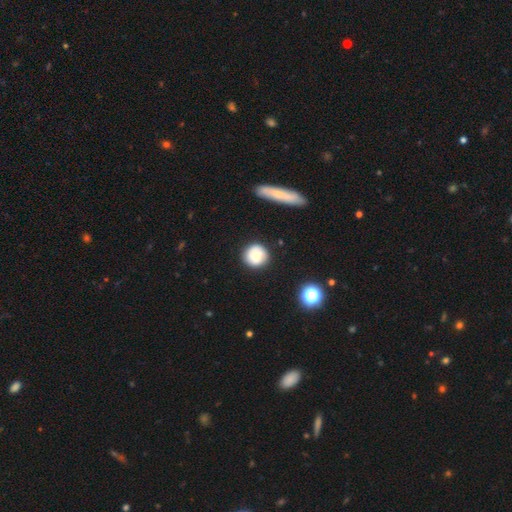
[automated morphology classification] smooth_or_featured: smooth (p=0.71) [alt: featured or disk p=0.21]
how_rounded: round (p=0.91) [alt: in between p=0.08]
merging: none (p=0.75) [alt: minor disturbance p=0.16]